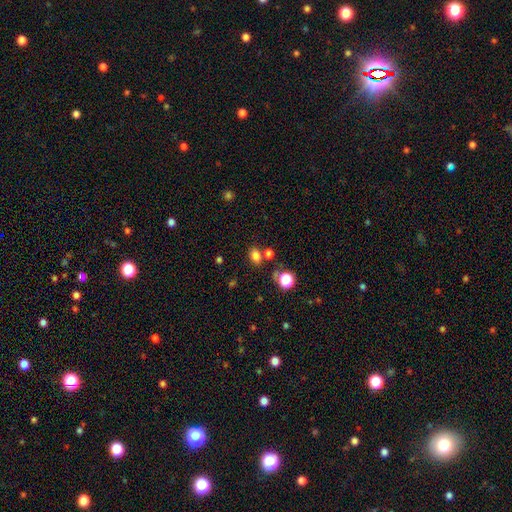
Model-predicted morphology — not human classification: A smooth galaxy with no disk features (78%) that is in between round and cigar-shaped (74%).

Vote fractions:
- Smooth or featured? smooth: 78% / star or artifact: 16% / featured or disk: 6%
- How rounded? in between: 74% / round: 24% / cigar-shaped: 2%
- Merging? none: 68% / merger: 15% / minor disturbance: 13% / major disturbance: 4%